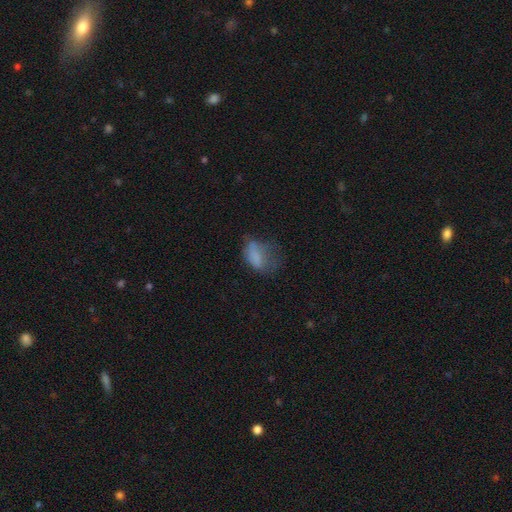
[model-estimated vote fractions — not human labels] Overall: smooth (66%). How rounded: in between (83%). Merging: major disturbance (39%; none 29%).